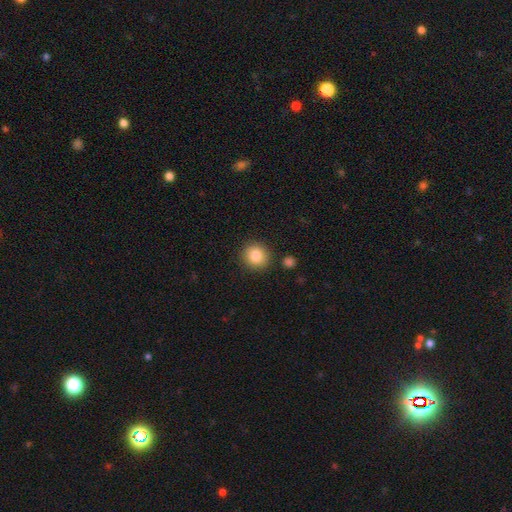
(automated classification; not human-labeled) Morphology: type=smooth (85%); roundness=round (87%); merging=none (87%).